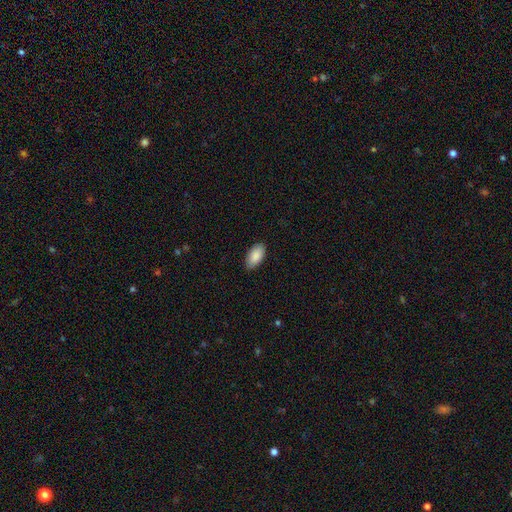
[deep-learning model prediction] Morphology: type=smooth (89%); roundness=in between (95%); merging=none (86%).